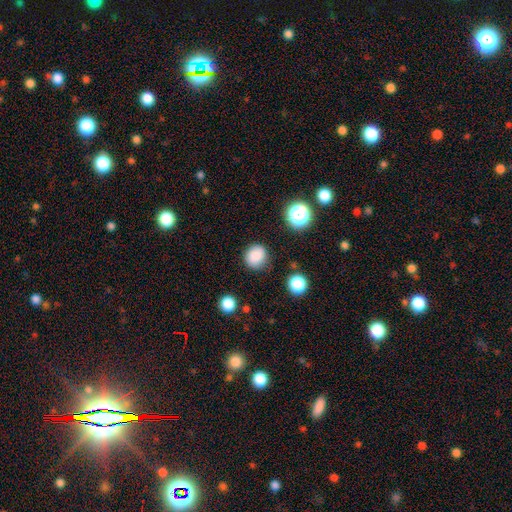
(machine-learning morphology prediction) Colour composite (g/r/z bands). It shows a smooth galaxy with no disk features (84%) that is round (84%). Merging: none (83%).